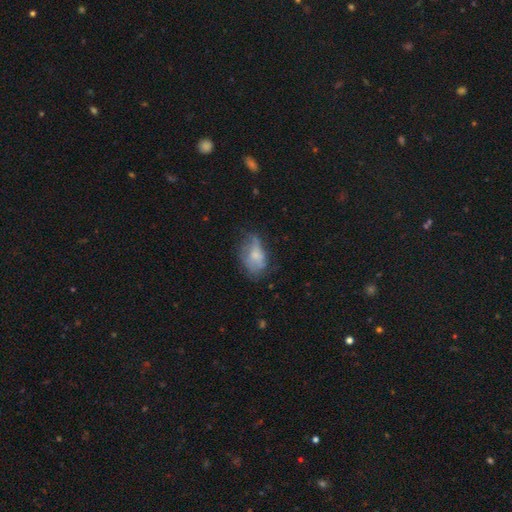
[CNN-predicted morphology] A smooth galaxy with no disk features (53%) that is in between round and cigar-shaped (85%).

Vote fractions:
- Smooth or featured? smooth: 53% / featured or disk: 37% / star or artifact: 10%
- How rounded? in between: 85% / round: 13% / cigar-shaped: 2%
- Merging? none: 39% / minor disturbance: 32% / major disturbance: 26% / merger: 2%